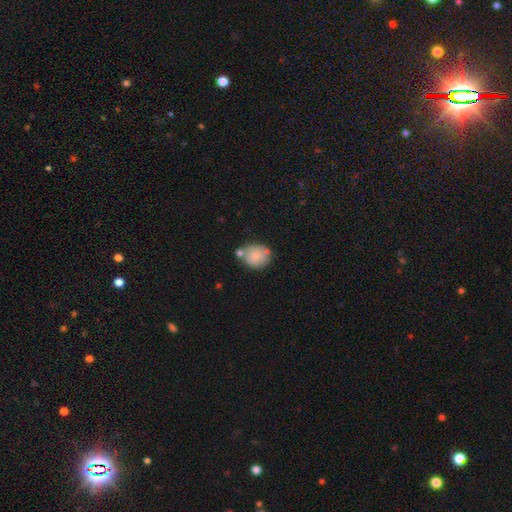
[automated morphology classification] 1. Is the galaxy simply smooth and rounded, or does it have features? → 76% smooth, 17% featured or disk, 8% star or artifact.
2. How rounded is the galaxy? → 75% round, 24% in between, 1% cigar-shaped.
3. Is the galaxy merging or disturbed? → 60% none, 18% minor disturbance, 17% merger, 4% major disturbance.